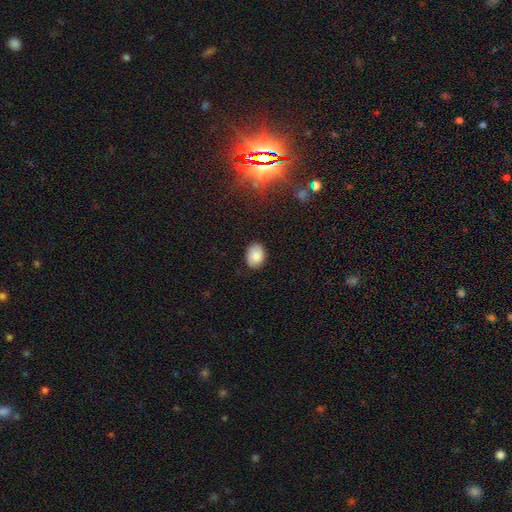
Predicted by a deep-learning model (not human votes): A smooth galaxy with no disk features (86%) that is in between round and cigar-shaped (74%). Merging: none (83%).